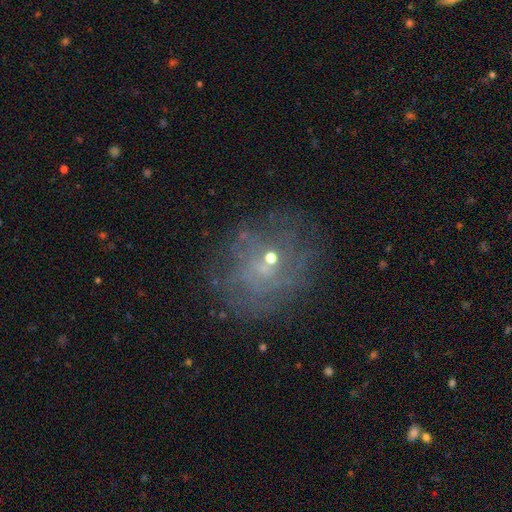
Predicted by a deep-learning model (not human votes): smooth_or_featured: featured or disk (p=0.48) [alt: smooth p=0.31]
merging: none (p=0.66) [alt: minor disturbance p=0.17]